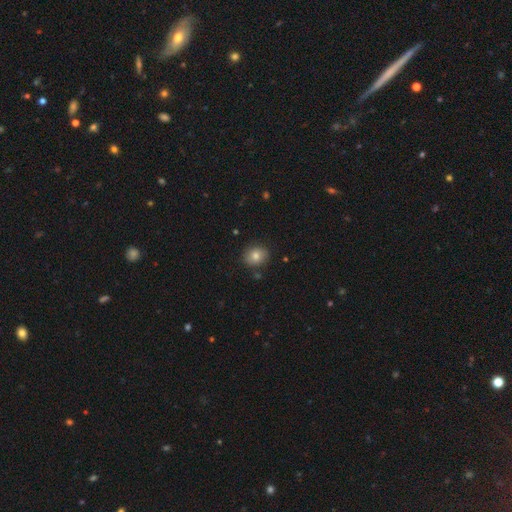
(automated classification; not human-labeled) Morphology: type=smooth (80%); roundness=round (69%); merging=none (85%).